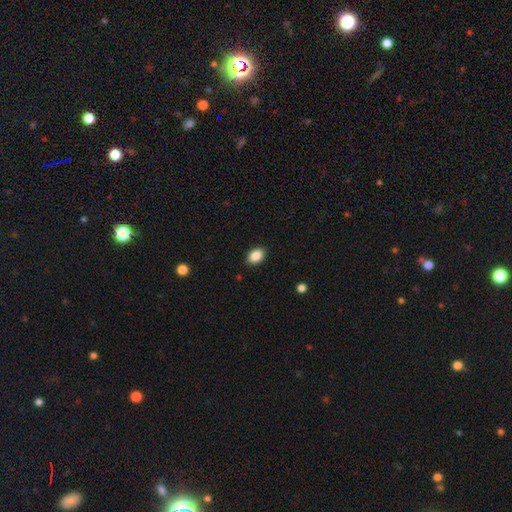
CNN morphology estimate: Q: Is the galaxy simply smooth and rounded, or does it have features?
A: smooth — 88%.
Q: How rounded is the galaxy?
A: in between — 83%.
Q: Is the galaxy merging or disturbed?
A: none — 89%.